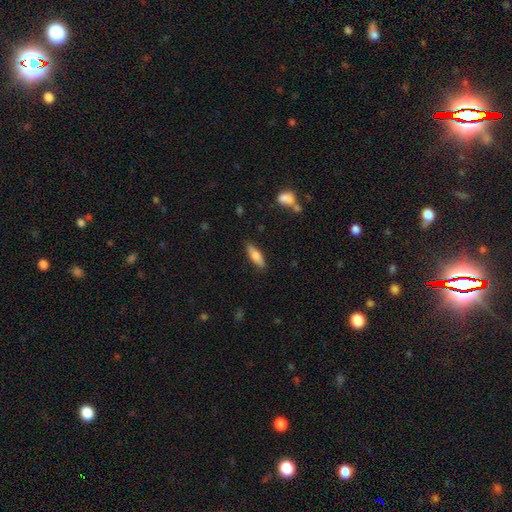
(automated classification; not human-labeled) Smooth or featured: smooth — 75% (featured or disk — 19%)
How rounded: in between — 55% (cigar-shaped — 43%)
Merging: none — 85% (minor disturbance — 11%)